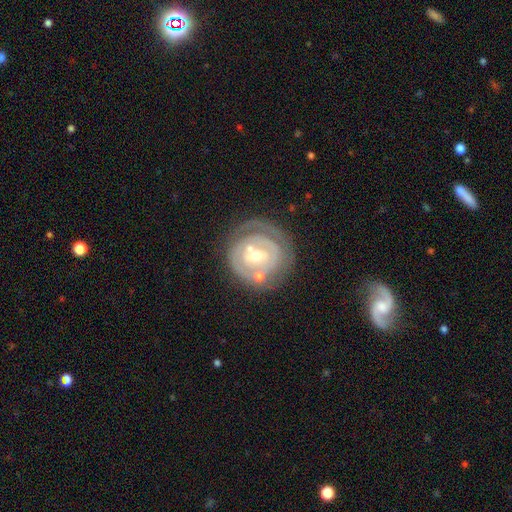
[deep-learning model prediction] featured or disk 76%, smooth 18%, star or artifact 6%. Down the decision tree: edge-on disk — no (97%); bar — no (44%); spiral arms — yes (70%); spiral arm count — can't tell (38%); spiral winding — tight (73%); bulge size — moderate (54%); merging — none (63%).